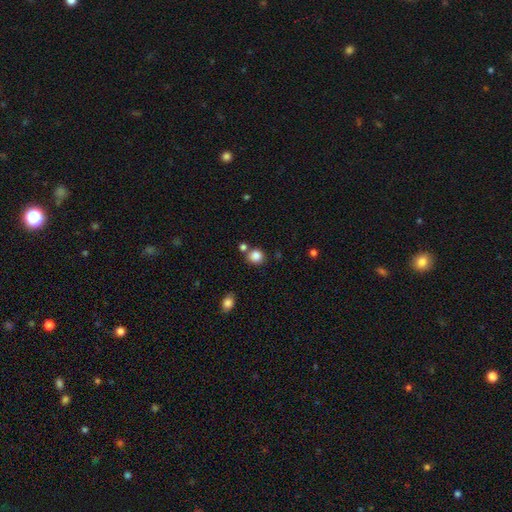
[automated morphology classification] Smooth or featured? Predicted: smooth (p=0.85). How rounded? Predicted: round (p=0.83). Merging? Predicted: none (p=0.72).